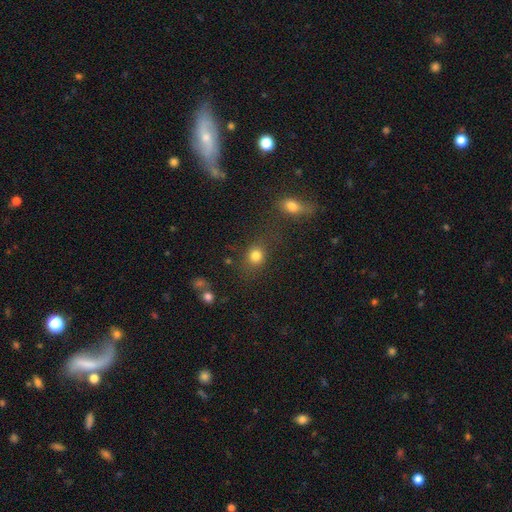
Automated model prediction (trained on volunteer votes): Smooth or featured?
  - smooth: 80% *
  - star or artifact: 13%
  - featured or disk: 7%
How rounded?
  - round: 72% *
  - in between: 27%
  - cigar-shaped: 2%
Merging?
  - none: 69% *
  - minor disturbance: 13%
  - merger: 11%
  - major disturbance: 7%